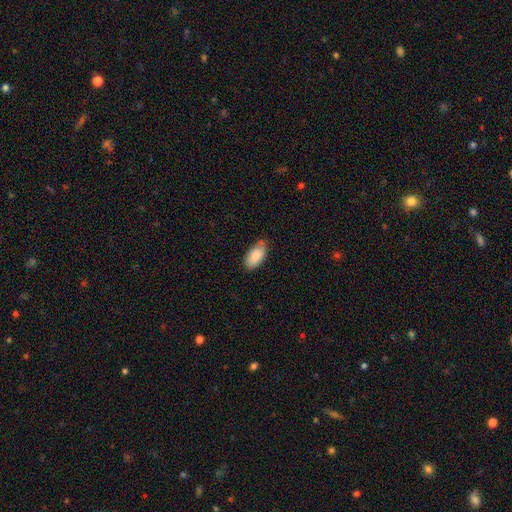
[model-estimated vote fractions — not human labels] This is clearly a smooth galaxy (85%). How rounded: clearly in between (94%). Merging: likely none (75%).